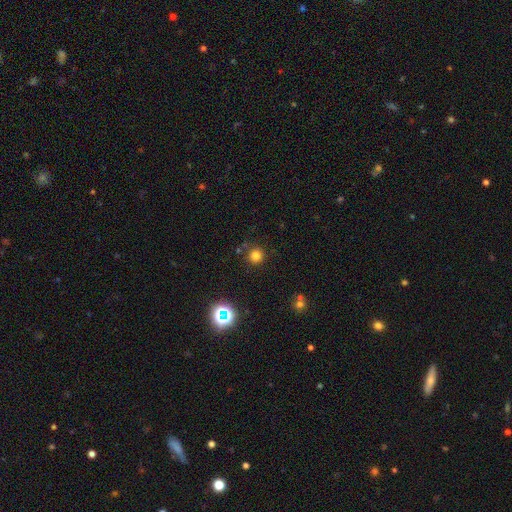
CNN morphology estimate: The model was most divided on "smooth or featured": smooth: 76%, star or artifact: 19%, featured or disk: 6%. More confident: how rounded — round (95%); merging — none (84%).